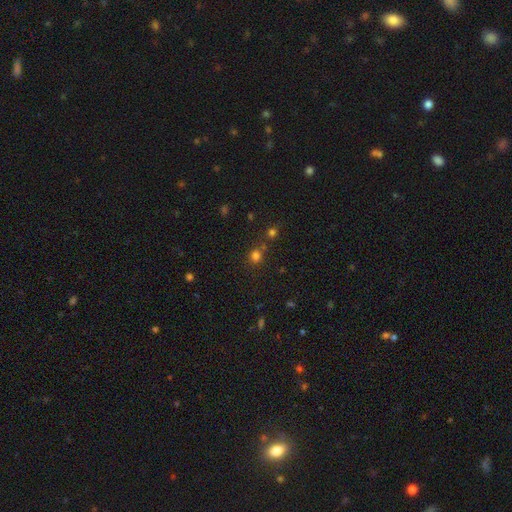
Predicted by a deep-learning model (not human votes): Smooth or featured? Predicted: smooth (p=0.70). How rounded? Predicted: round (p=0.86). Merging? Predicted: none (p=0.65).